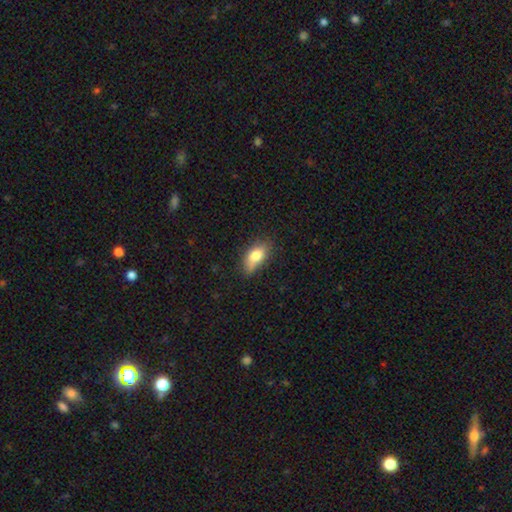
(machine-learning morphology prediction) A smooth galaxy with no disk features (77%) that is in between round and cigar-shaped (85%). Merging: none (63%).